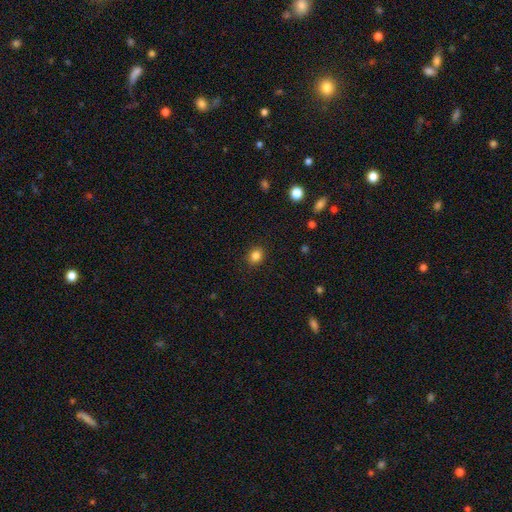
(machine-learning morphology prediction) smooth_or_featured: smooth (p=0.84) [alt: star or artifact p=0.11]
how_rounded: round (p=0.61) [alt: in between p=0.38]
merging: none (p=0.89) [alt: minor disturbance p=0.07]